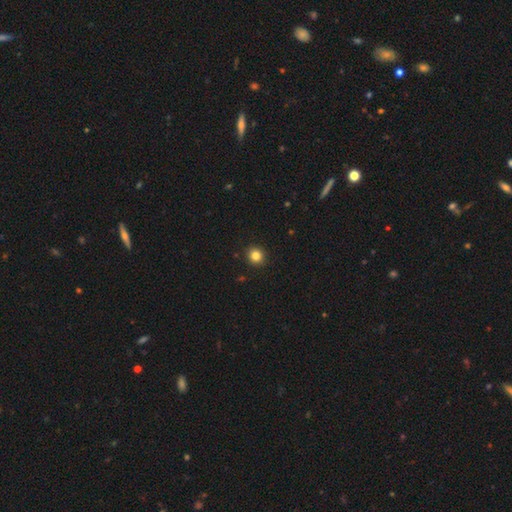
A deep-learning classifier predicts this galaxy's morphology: smooth_or_featured: smooth (p=0.83) [alt: star or artifact p=0.12]
how_rounded: round (p=0.92) [alt: in between p=0.08]
merging: none (p=0.93) [alt: minor disturbance p=0.05]